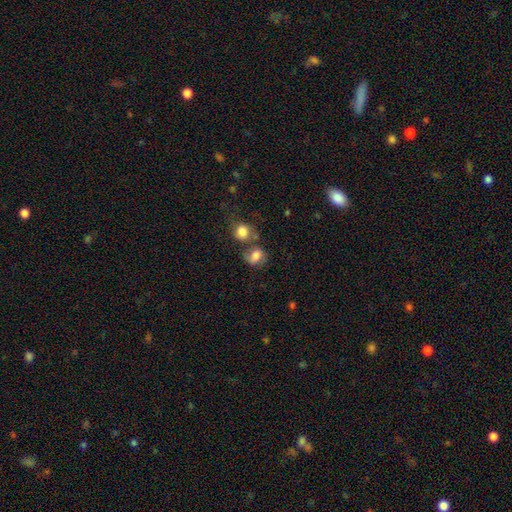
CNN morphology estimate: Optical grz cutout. It shows a smooth galaxy with no disk features (68%) that is round (52%). Merging: none (39%).